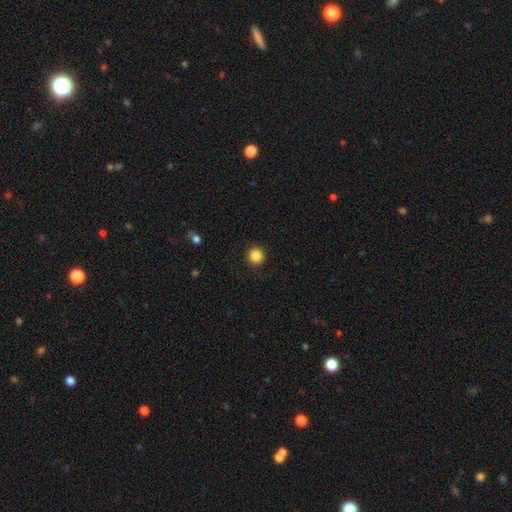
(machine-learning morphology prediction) Q: Smooth or featured?
A: smooth (86%); runner-up: star or artifact (10%)
Q: How rounded?
A: round (94%); runner-up: in between (5%)
Q: Merging?
A: none (92%); runner-up: minor disturbance (5%)